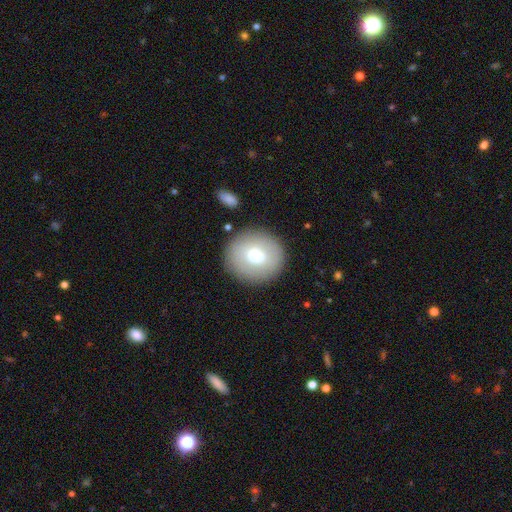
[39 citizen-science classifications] This appears to be a smooth galaxy with no disk features (54%) that is round (90%). Merging: none (76%).